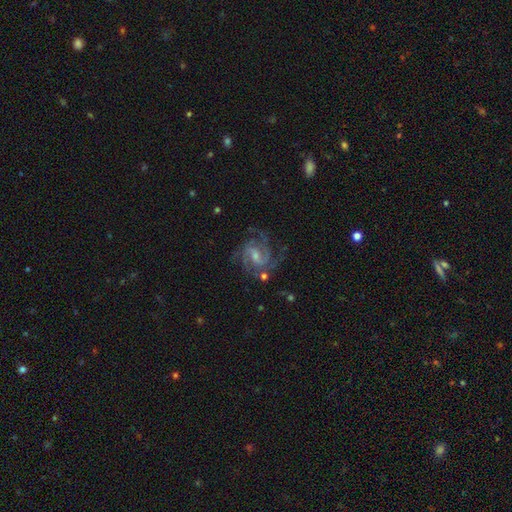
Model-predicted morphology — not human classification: Smooth or featured? Predicted: featured or disk (p=0.90). Edge-on disk? Predicted: no (p=0.98). Bar? Predicted: weak (p=0.54). Spiral arms? Predicted: yes (p=0.98). Spiral winding? Predicted: medium (p=0.50). Spiral arm count? Predicted: 3 (p=0.37). Bulge size? Predicted: small (p=0.57). Merging? Predicted: none (p=0.70).